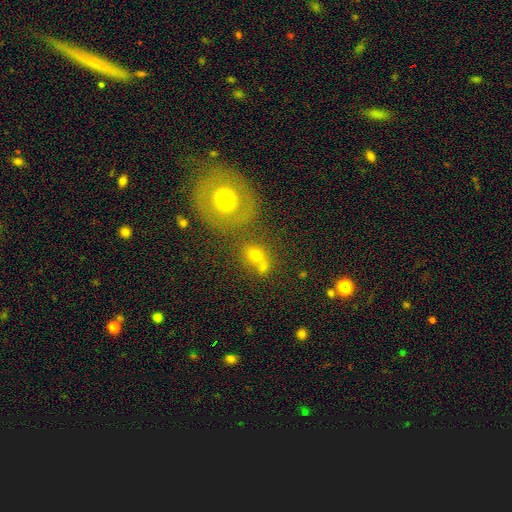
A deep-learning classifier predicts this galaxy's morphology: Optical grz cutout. It shows a smooth galaxy with no disk features (65%) that is round (56%). Merging: none (44%).